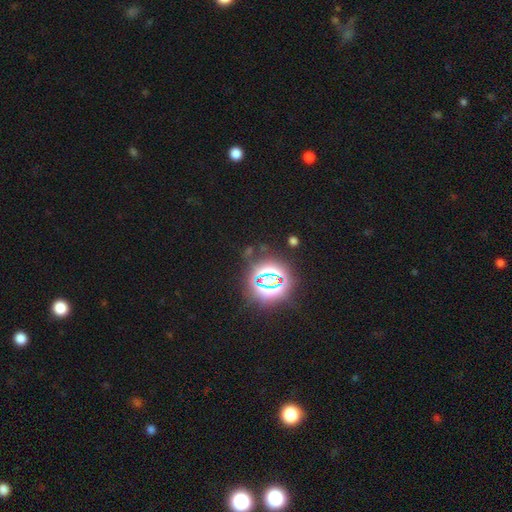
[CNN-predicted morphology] A star or artifact, not a galaxy (79%).

Vote fractions:
- Smooth or featured? star or artifact: 79% / smooth: 13% / featured or disk: 7%